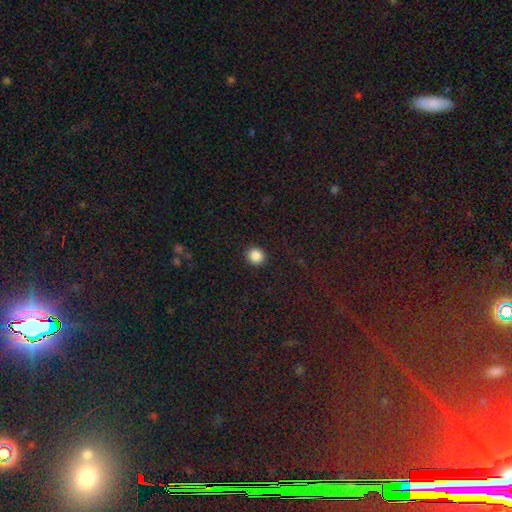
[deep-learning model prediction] This is clearly a smooth galaxy (87%). How rounded: clearly round (88%). Merging: clearly none (92%).